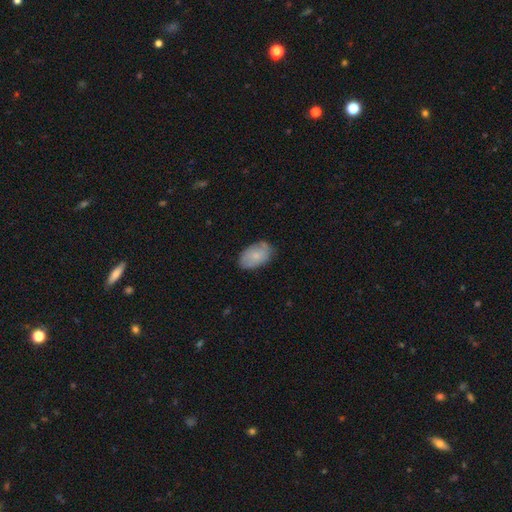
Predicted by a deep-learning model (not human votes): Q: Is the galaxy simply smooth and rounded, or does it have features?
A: smooth — 75%.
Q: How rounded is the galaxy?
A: in between — 93%.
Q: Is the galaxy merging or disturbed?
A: none — 71%.